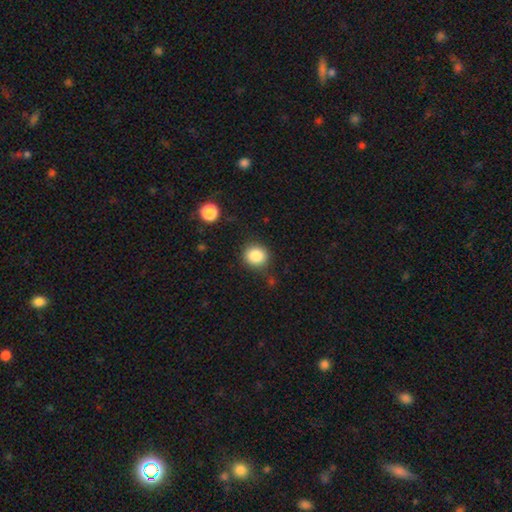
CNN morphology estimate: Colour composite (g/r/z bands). It shows a smooth galaxy with no disk features (86%) that is round (85%). Merging: none (83%).